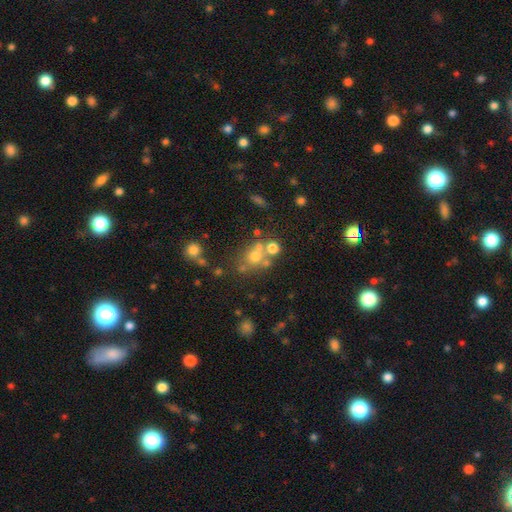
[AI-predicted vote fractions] Smooth or featured? Predicted: smooth (p=0.55). How rounded? Predicted: round (p=0.75). Merging? Predicted: none (p=0.50).